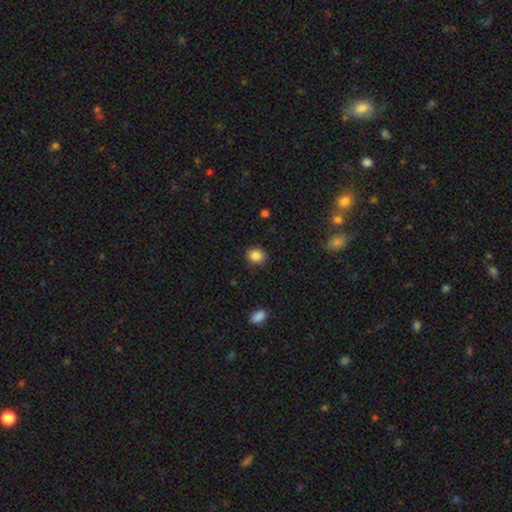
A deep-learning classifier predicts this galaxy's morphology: smooth 86%, star or artifact 10%, featured or disk 4%. Down the decision tree: how rounded — round (75%); merging — none (88%).